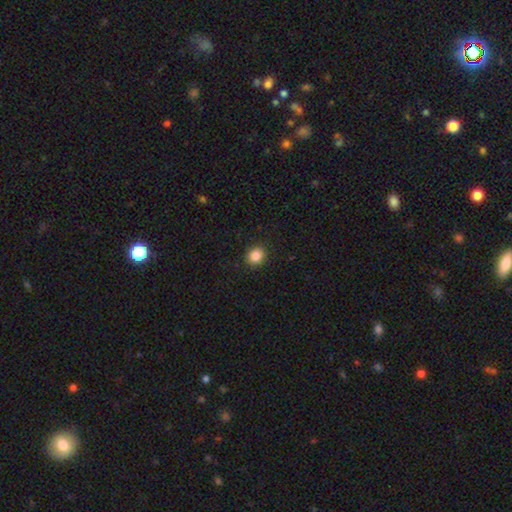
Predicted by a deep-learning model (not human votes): A smooth galaxy with no disk features (86%) that is round (75%).

Vote fractions:
- Smooth or featured? smooth: 86% / star or artifact: 10% / featured or disk: 4%
- How rounded? round: 75% / in between: 25% / cigar-shaped: 1%
- Merging? none: 90% / minor disturbance: 7% / major disturbance: 2% / merger: 1%